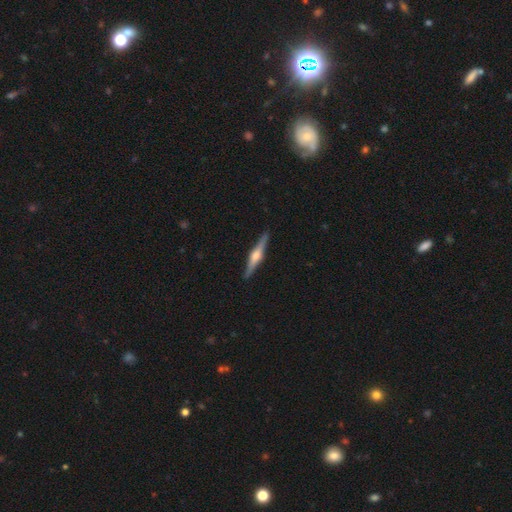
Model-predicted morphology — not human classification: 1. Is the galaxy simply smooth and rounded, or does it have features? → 76% featured or disk, 18% smooth, 5% star or artifact.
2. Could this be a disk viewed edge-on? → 98% yes, 2% no.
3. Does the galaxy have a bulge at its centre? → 90% rounded, 8% boxy, 3% none.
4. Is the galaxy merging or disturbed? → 91% none, 6% minor disturbance, 1% major disturbance, 1% merger.